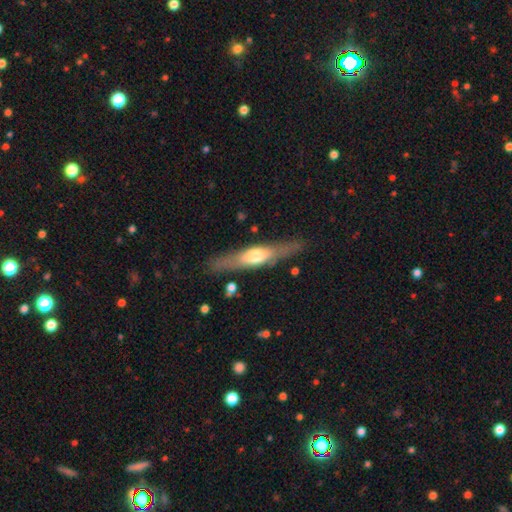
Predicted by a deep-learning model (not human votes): This is possibly a featured or disk galaxy (55%). It is clearly viewed edge-on (84%). Merging: clearly none (82%).